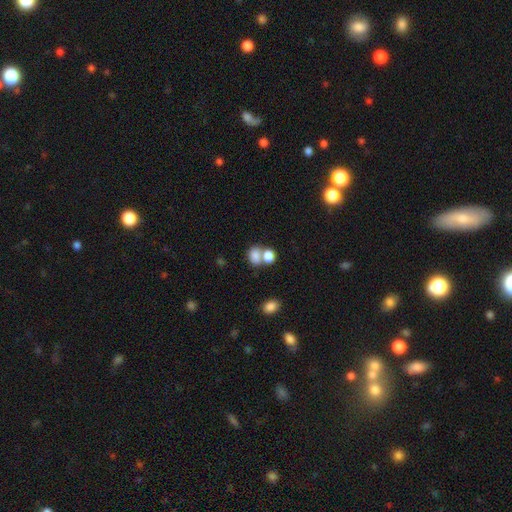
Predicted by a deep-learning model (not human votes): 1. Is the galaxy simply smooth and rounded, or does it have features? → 80% smooth, 11% star or artifact, 9% featured or disk.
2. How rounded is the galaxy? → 59% in between, 40% round, 1% cigar-shaped.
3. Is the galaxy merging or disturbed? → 52% merger, 35% none, 9% minor disturbance, 5% major disturbance.